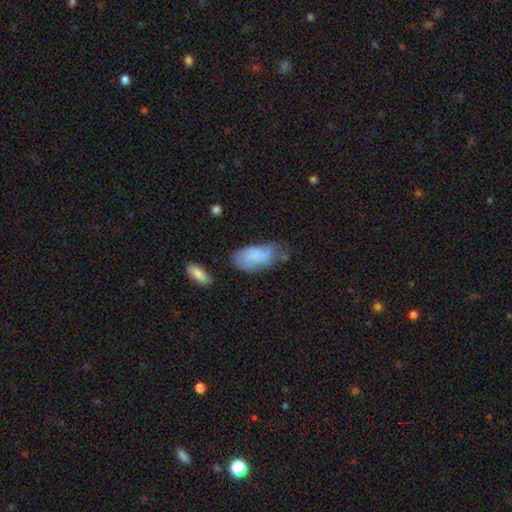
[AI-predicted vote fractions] This appears to be a smooth galaxy with no disk features (70%) that is in between round and cigar-shaped (91%). Merging: none (46%).